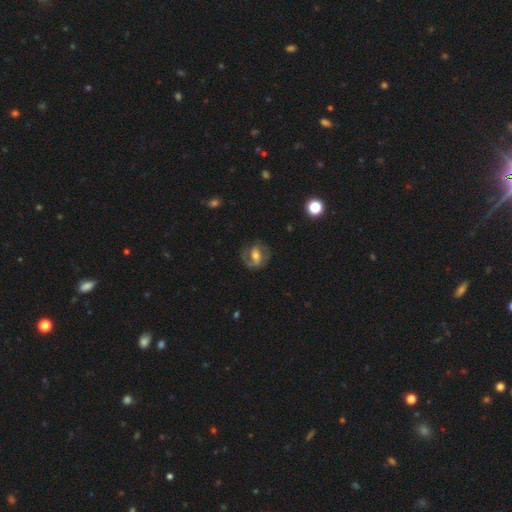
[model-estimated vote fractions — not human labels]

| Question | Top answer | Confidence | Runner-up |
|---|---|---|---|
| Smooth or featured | featured or disk | 72% | smooth (20%) |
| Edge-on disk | no | 96% | yes (4%) |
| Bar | weak | 39% | strong (38%) |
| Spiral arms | yes | 86% | no (14%) |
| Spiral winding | medium | 49% | tight (29%) |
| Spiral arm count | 2 | 75% | 1 (11%) |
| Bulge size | moderate | 59% | small (29%) |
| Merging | none | 69% | minor disturbance (17%) |